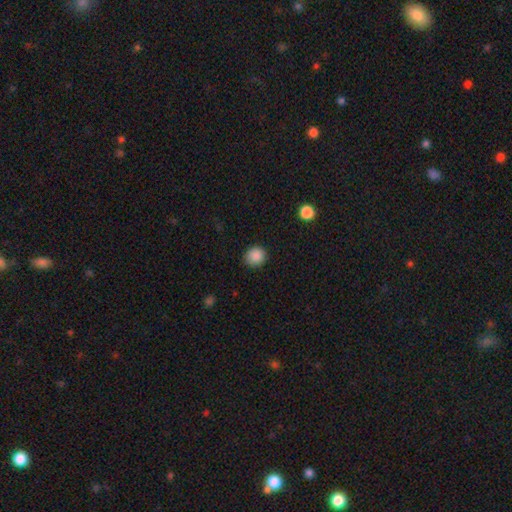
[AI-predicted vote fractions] Morphology: type=smooth (88%); roundness=round (87%); merging=none (88%).